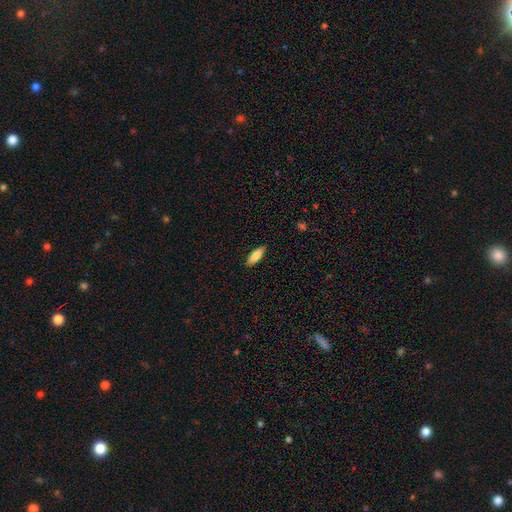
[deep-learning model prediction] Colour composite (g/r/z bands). It shows a smooth galaxy with no disk features (82%) that is in between round and cigar-shaped (53%). Merging: none (89%).